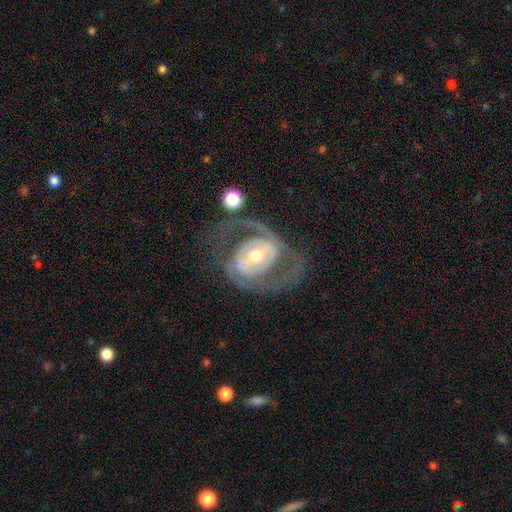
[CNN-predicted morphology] type=featured or disk (82%); edge-on=no (96%); bar=no (46%); spiral arms=yes (78%); winding=medium (45%); arm count=2 (77%); bulge=moderate (71%); merging=none (54%).